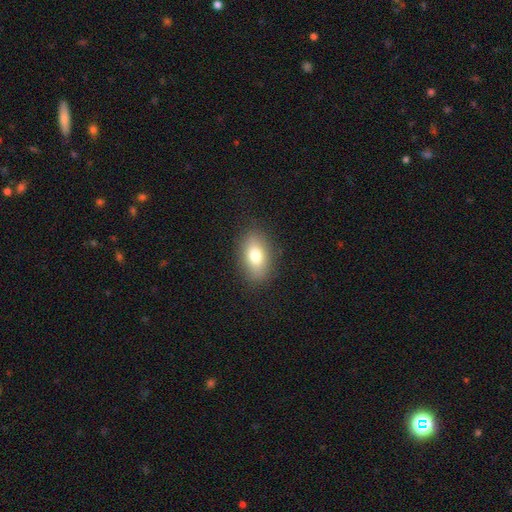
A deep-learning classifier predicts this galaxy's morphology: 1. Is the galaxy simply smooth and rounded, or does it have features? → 77% smooth, 14% featured or disk, 9% star or artifact.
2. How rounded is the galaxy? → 87% in between, 10% round, 3% cigar-shaped.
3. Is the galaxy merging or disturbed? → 86% none, 10% minor disturbance, 3% major disturbance, 1% merger.